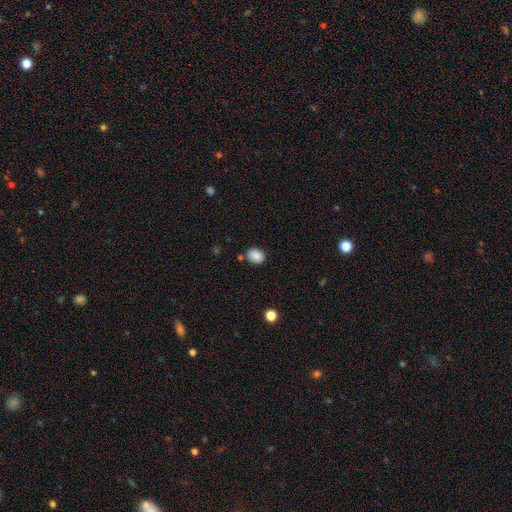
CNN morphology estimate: Smooth or featured: smooth — 87% (star or artifact — 9%)
How rounded: in between — 60% (round — 39%)
Merging: none — 79% (minor disturbance — 13%)